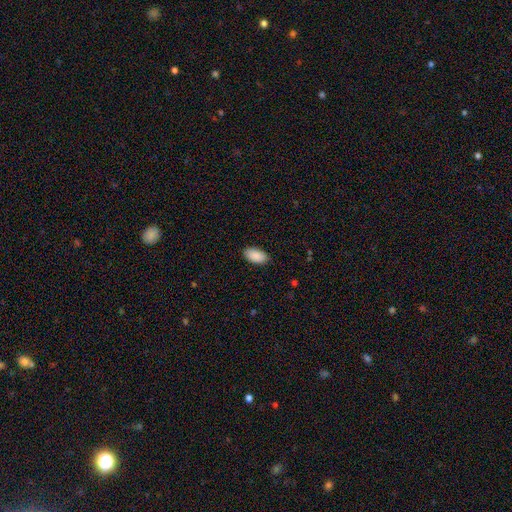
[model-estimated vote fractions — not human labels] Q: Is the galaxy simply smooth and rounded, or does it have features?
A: smooth — 90%.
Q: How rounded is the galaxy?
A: in between — 96%.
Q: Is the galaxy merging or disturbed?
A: none — 87%.